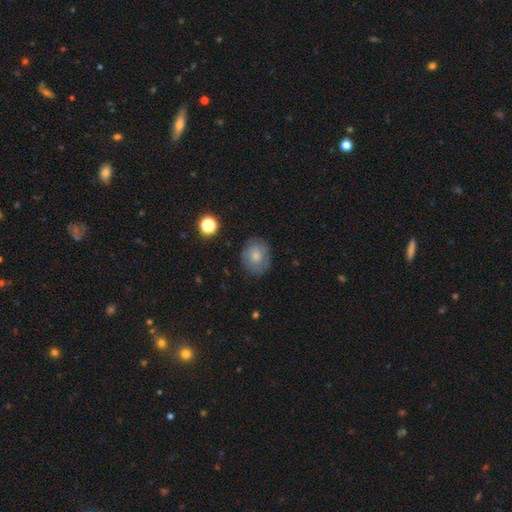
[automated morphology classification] Overall: smooth (64%; featured or disk 27%). How rounded: round (61%; in between 38%). Merging: none (76%).